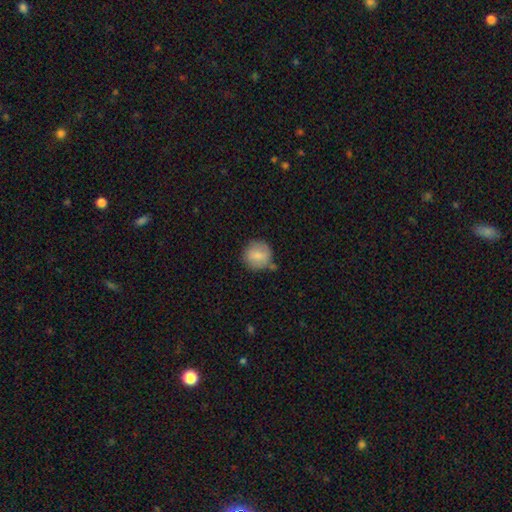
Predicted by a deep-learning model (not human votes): Smooth or featured? smooth (81%)
How rounded? round (90%)
Merging? none (70%)